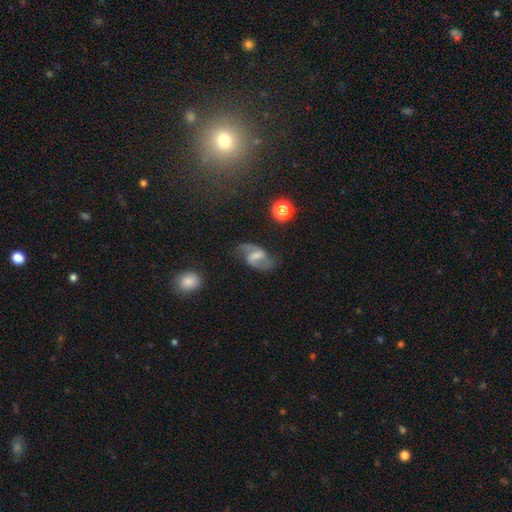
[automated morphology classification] A featured or disk galaxy (77%) with a weak bar (46%), 2 (90%) medium (45%) spiral arms (92%) and a small central bulge (38%).

Vote fractions:
- Smooth or featured? featured or disk: 77% / smooth: 15% / star or artifact: 8%
- Edge-on disk? no: 97% / yes: 3%
- Bar? weak: 46% / strong: 41% / no: 13%
- Spiral arms? yes: 92% / no: 8%
- Spiral winding? medium: 45% / loose: 42% / tight: 12%
- Spiral arm count? 2: 90% / can't tell: 4% / 1: 2% / 3: 1% / 4: 1% / more than 4: 1%
- Bulge size? small: 38% / moderate: 32% / none: 22% / large: 6% / dominant: 1%
- Merging? none: 70% / minor disturbance: 18% / major disturbance: 9% / merger: 3%